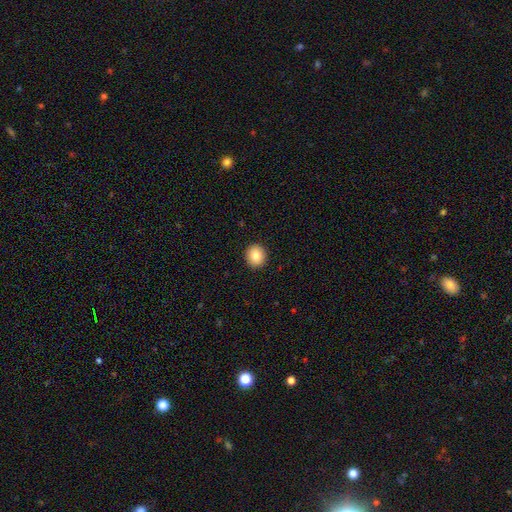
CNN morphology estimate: The model was most divided on "smooth or featured": smooth: 83%, star or artifact: 9%, featured or disk: 8%. More confident: merging — none (93%); how rounded — round (87%).